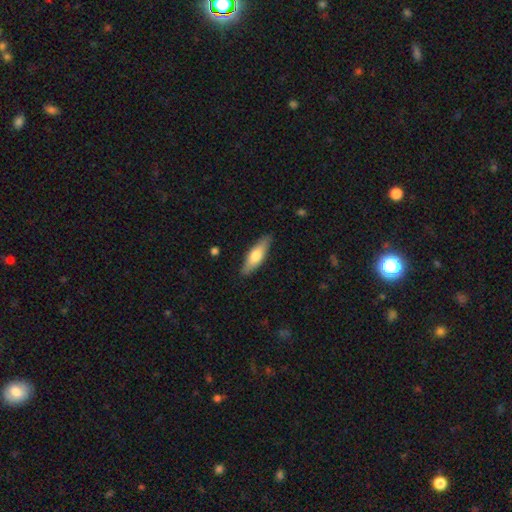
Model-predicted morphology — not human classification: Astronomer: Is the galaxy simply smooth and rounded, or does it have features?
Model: smooth — 63%.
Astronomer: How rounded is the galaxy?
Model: cigar-shaped — 52% (runner-up: in between, 46%).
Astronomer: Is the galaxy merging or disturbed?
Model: none — 87%.